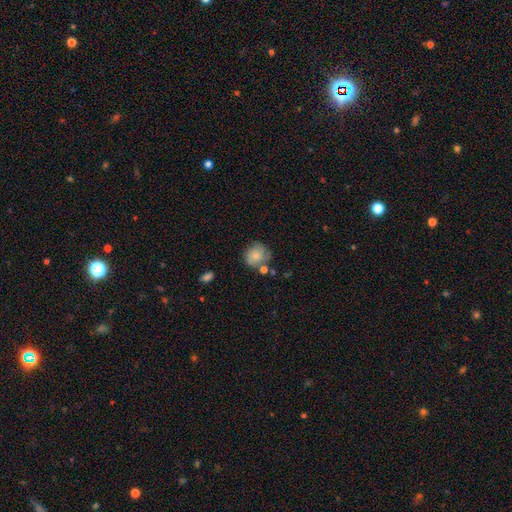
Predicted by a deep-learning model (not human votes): Overall: smooth (68%). How rounded: round (79%). Merging: none (57%; minor disturbance 24%).